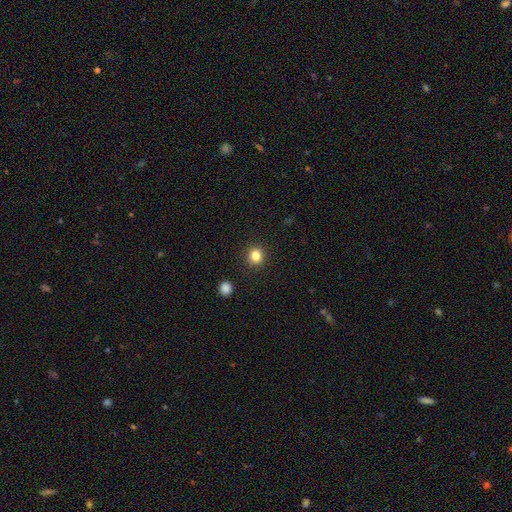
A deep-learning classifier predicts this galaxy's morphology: Overall: smooth (83%). How rounded: round (86%). Merging: none (91%).